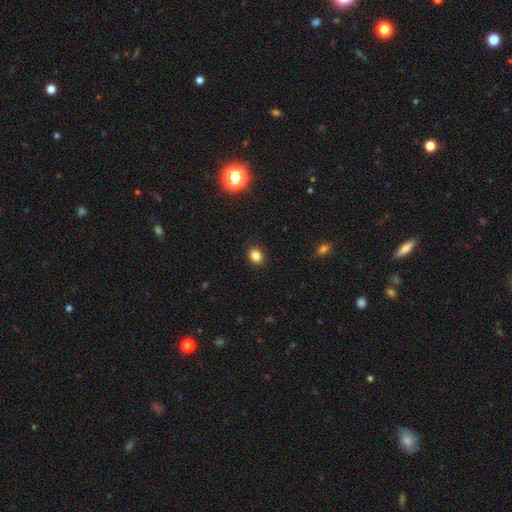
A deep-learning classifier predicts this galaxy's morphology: The model was most divided on "how rounded": round: 51%, in between: 48%, cigar-shaped: 1%. More confident: merging — none (90%); smooth or featured — smooth (84%).